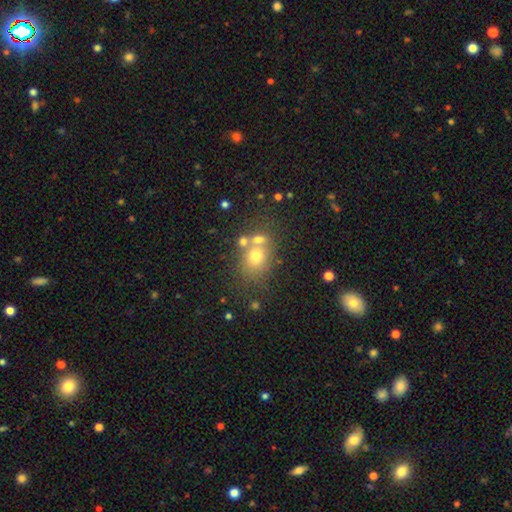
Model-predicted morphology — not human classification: This appears to be a smooth galaxy with no disk features (67%) that is round (60%). Merging: none (50%).